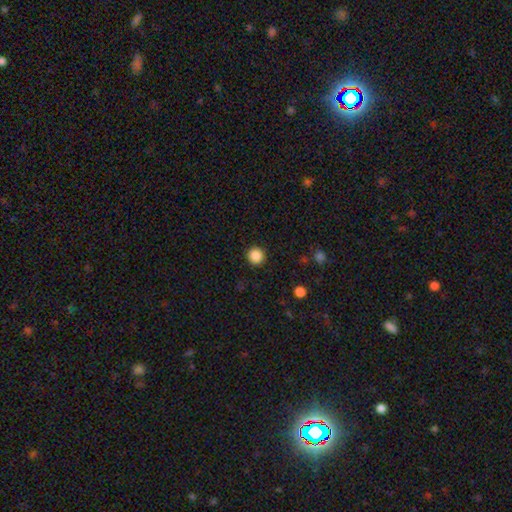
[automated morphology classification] This is clearly a smooth galaxy (87%). How rounded: clearly round (95%). Merging: clearly none (92%).